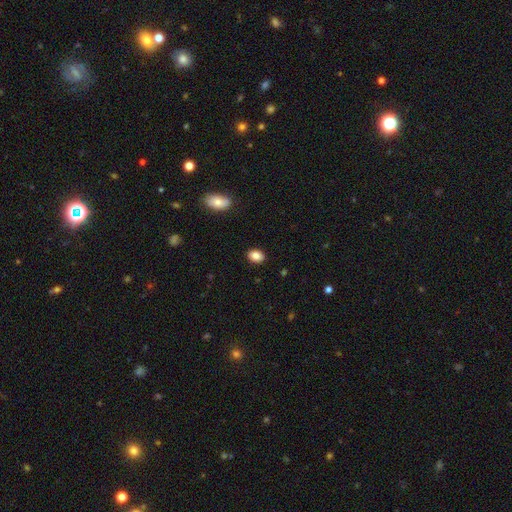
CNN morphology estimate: Q: Smooth or featured?
A: smooth (86%); runner-up: star or artifact (8%)
Q: How rounded?
A: in between (77%); runner-up: round (22%)
Q: Merging?
A: none (89%); runner-up: minor disturbance (8%)